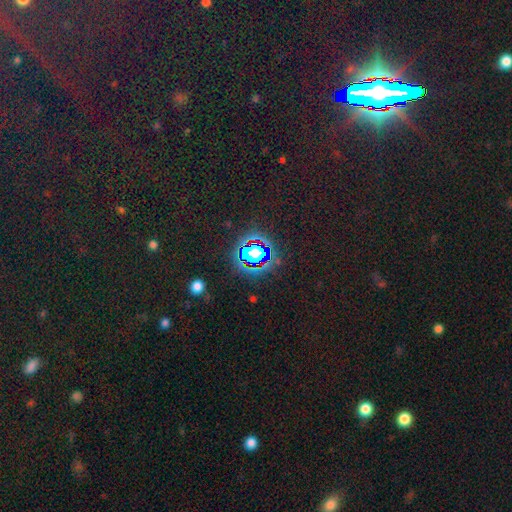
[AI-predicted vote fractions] A star or artifact, not a galaxy (81%).

Vote fractions:
- Smooth or featured? star or artifact: 81% / smooth: 12% / featured or disk: 7%